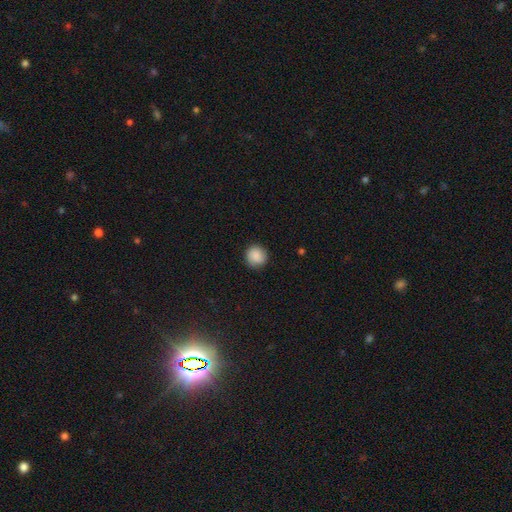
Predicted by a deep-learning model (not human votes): This appears to be a smooth galaxy with no disk features (87%) that is round (91%). Merging: none (87%).